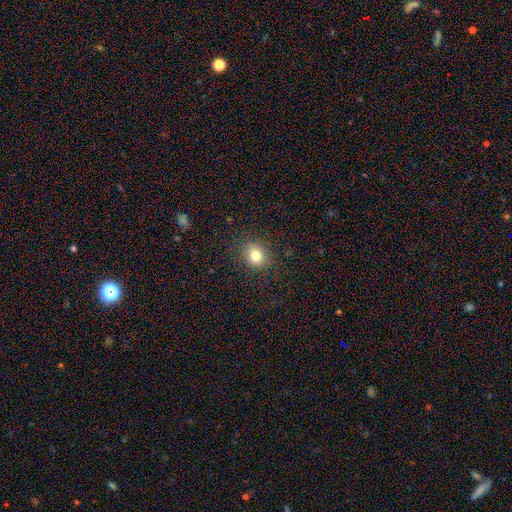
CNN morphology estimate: This is likely a smooth galaxy (79%). How rounded: likely round (67%). Merging: clearly none (87%).